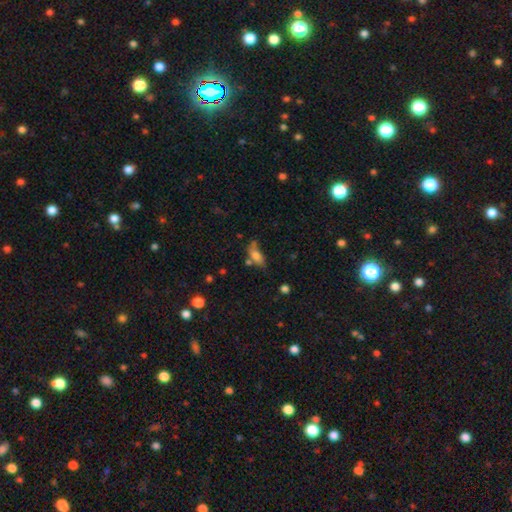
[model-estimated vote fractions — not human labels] smooth_or_featured: smooth (p=0.73) [alt: featured or disk p=0.17]
how_rounded: in between (p=0.78) [alt: cigar-shaped p=0.18]
merging: none (p=0.45) [alt: minor disturbance p=0.25]